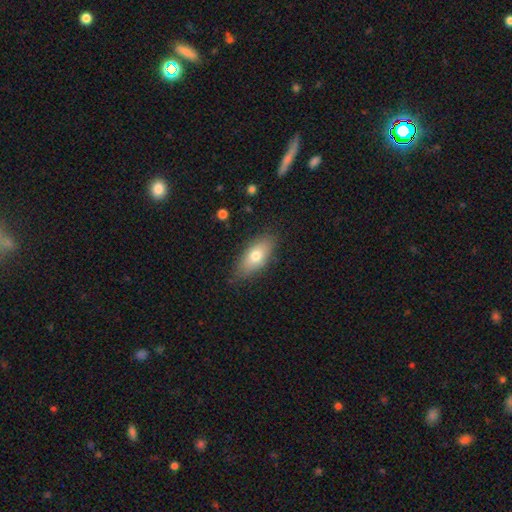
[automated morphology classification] A smooth galaxy with no disk features (72%) that is in between round and cigar-shaped (83%). Merging: none (81%).